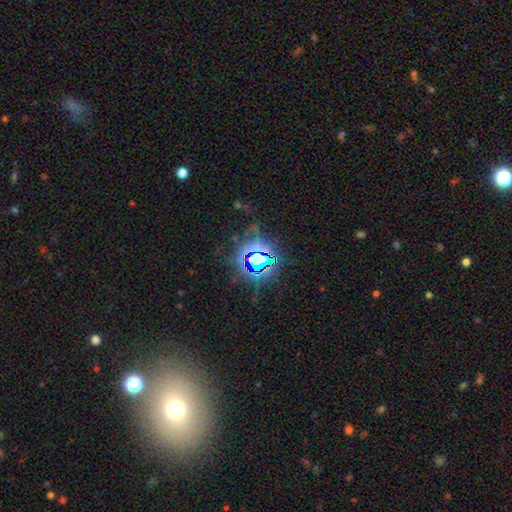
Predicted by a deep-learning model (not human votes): Morphology: type=star or artifact (75%).